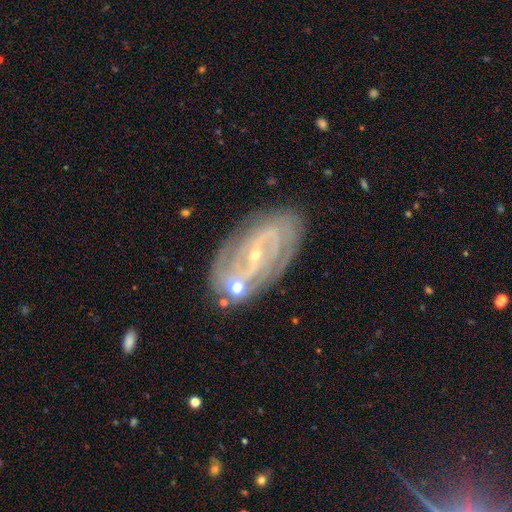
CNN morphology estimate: Smooth or featured?
  - featured or disk: 87% *
  - star or artifact: 7%
  - smooth: 6%
Edge-on disk?
  - no: 94% *
  - yes: 6%
Bar?
  - strong: 41% *
  - weak: 34%
  - no: 25%
Spiral arms?
  - yes: 94% *
  - no: 6%
Spiral winding?
  - tight: 53% *
  - medium: 37%
  - loose: 10%
Spiral arm count?
  - 2: 61% *
  - can't tell: 16%
  - 3: 11%
  - 4: 5%
  - 1: 4%
  - more than 4: 4%
Bulge size?
  - small: 80% *
  - moderate: 17%
  - none: 1%
  - large: 1%
  - dominant: 1%
Merging?
  - none: 76% *
  - minor disturbance: 15%
  - major disturbance: 5%
  - merger: 5%